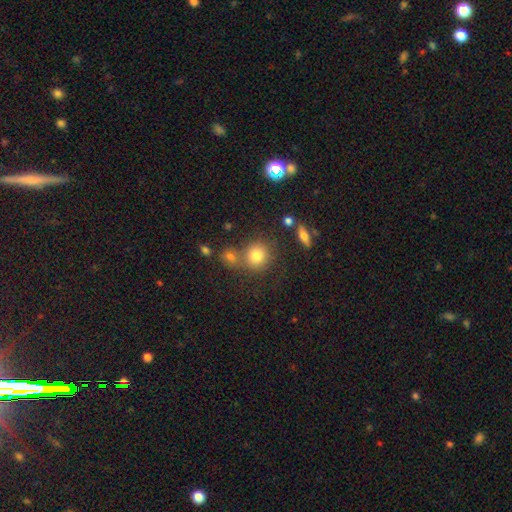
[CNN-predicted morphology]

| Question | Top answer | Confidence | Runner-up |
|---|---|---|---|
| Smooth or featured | smooth | 78% | star or artifact (13%) |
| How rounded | round | 83% | in between (16%) |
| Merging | none | 63% | merger (21%) |